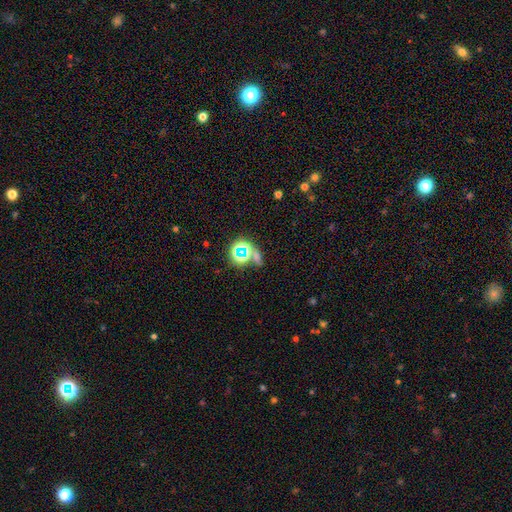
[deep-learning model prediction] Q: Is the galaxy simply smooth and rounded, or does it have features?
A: star or artifact — 60%.